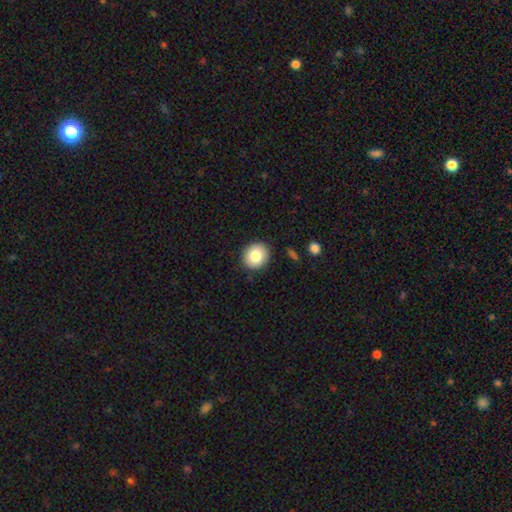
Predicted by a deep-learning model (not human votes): Morphology: type=smooth (82%); roundness=round (79%); merging=none (89%).